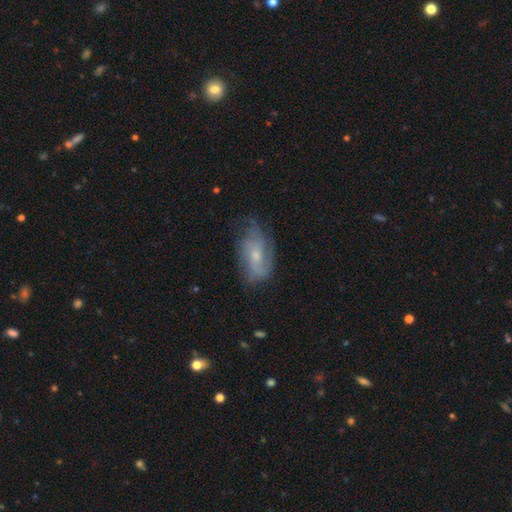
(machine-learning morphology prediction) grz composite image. It shows a featured or disk galaxy (67%) with no bar (69%), medium (42%) spiral arms (87%) and a small central bulge (55%). Merging: none (63%).